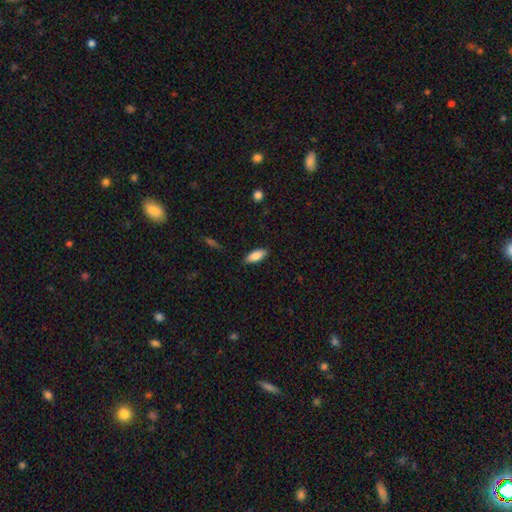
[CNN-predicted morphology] A smooth galaxy with no disk features (83%) that is in between round and cigar-shaped (79%).

Vote fractions:
- Smooth or featured? smooth: 83% / featured or disk: 11% / star or artifact: 6%
- How rounded? in between: 79% / cigar-shaped: 19% / round: 2%
- Merging? none: 86% / minor disturbance: 10% / major disturbance: 2% / merger: 1%